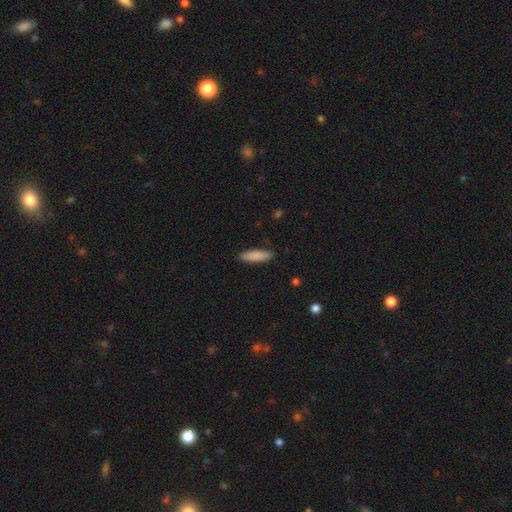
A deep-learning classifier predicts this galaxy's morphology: Overall: smooth (87%). How rounded: cigar-shaped (60%; in between 38%). Merging: none (89%).